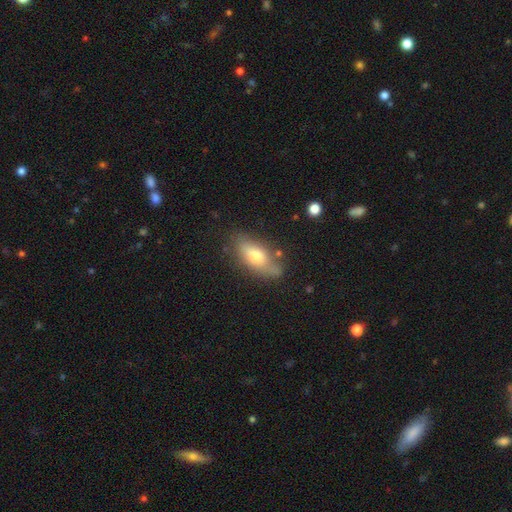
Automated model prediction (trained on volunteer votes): Smooth or featured? smooth (64%)
How rounded? in between (75%)
Merging? none (70%)